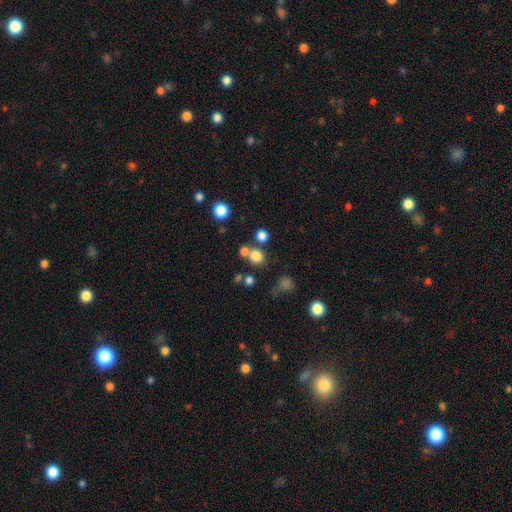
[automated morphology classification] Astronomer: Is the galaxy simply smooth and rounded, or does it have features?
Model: smooth — 76%.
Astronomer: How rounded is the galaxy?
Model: round — 87%.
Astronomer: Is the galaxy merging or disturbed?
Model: none — 63%.